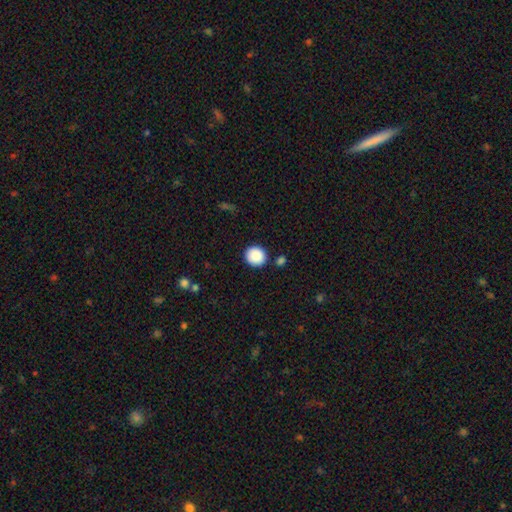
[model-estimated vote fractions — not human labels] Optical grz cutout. It shows a smooth galaxy with no disk features (89%) that is round (90%). Merging: none (86%).